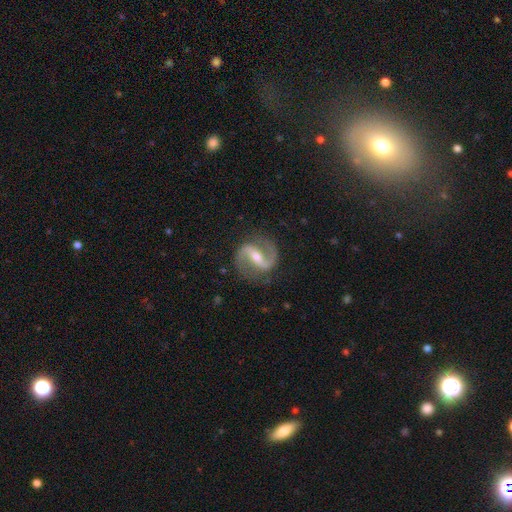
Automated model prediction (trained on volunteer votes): A featured or disk galaxy (91%) with a strong bar (54%), 2 (94%) medium (52%) spiral arms (97%) and a moderate central bulge (54%). Merging: none (85%).